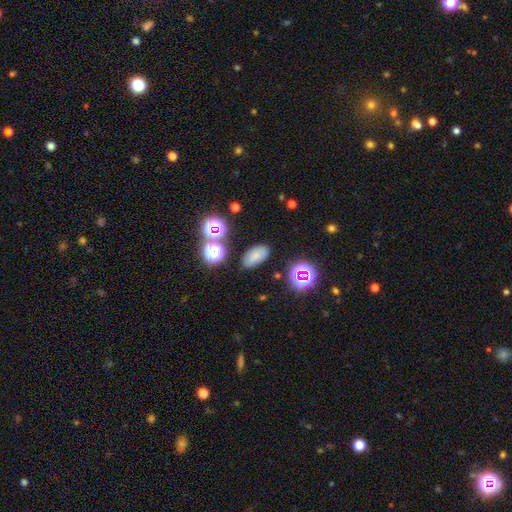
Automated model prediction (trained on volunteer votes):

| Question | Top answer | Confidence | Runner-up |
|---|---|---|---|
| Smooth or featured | smooth | 73% | star or artifact (17%) |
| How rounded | in between | 90% | round (7%) |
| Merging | none | 80% | minor disturbance (13%) |